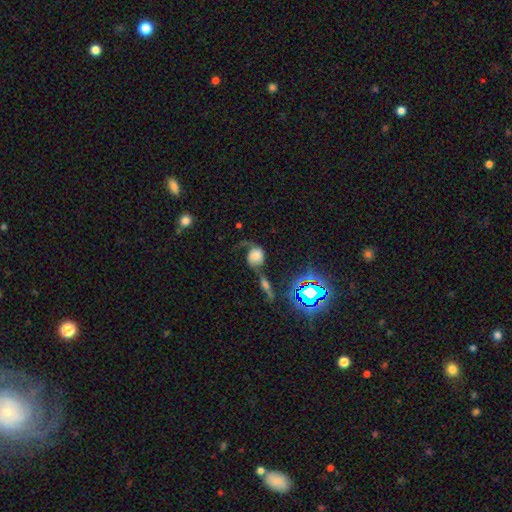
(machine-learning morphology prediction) This is possibly a featured or disk galaxy (47%). Merging: marginally major disturbance (32%).